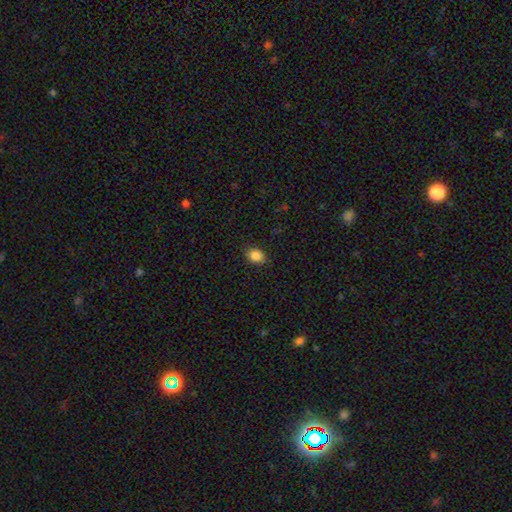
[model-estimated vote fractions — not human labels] This is clearly a smooth galaxy (86%). How rounded: possibly in between (58%). Merging: clearly none (86%).